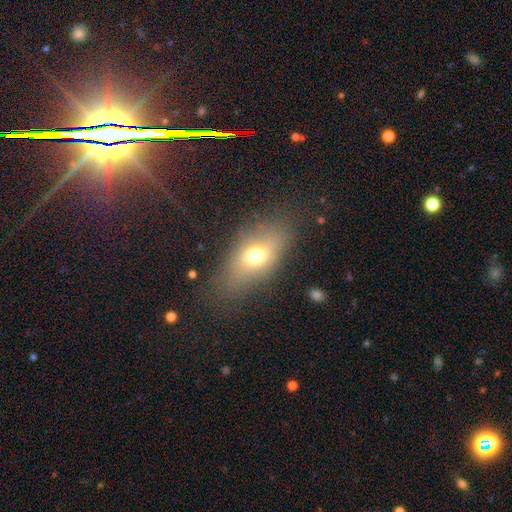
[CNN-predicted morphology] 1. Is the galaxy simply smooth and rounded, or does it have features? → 65% smooth, 23% featured or disk, 13% star or artifact.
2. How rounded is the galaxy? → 80% in between, 13% round, 7% cigar-shaped.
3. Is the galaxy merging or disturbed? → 70% none, 17% minor disturbance, 10% major disturbance, 2% merger.